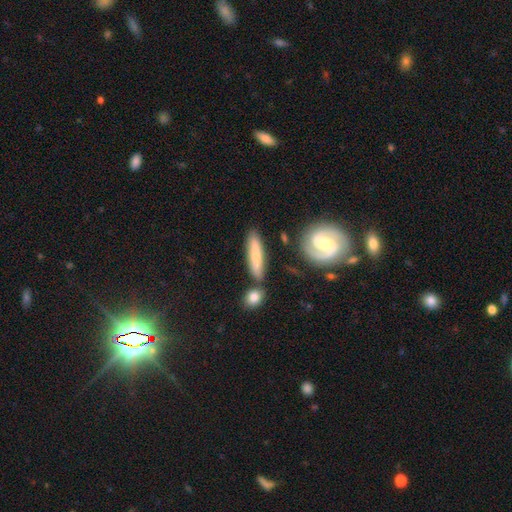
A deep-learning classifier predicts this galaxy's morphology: Q: Smooth or featured?
A: smooth (52%); runner-up: featured or disk (42%)
Q: How rounded?
A: cigar-shaped (83%); runner-up: in between (15%)
Q: Merging?
A: none (80%); runner-up: minor disturbance (11%)